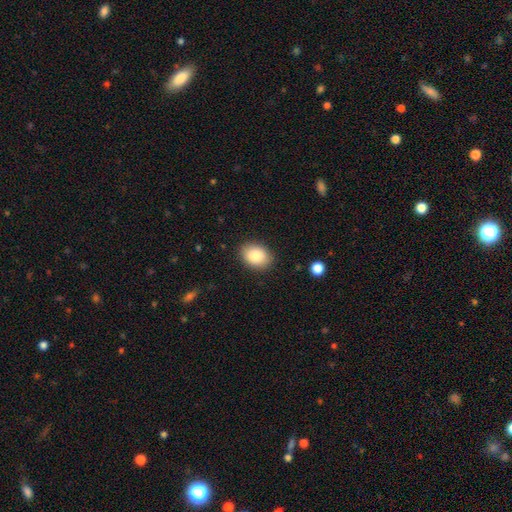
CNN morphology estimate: A smooth galaxy with no disk features (86%) that is in between round and cigar-shaped (76%). Merging: none (87%).